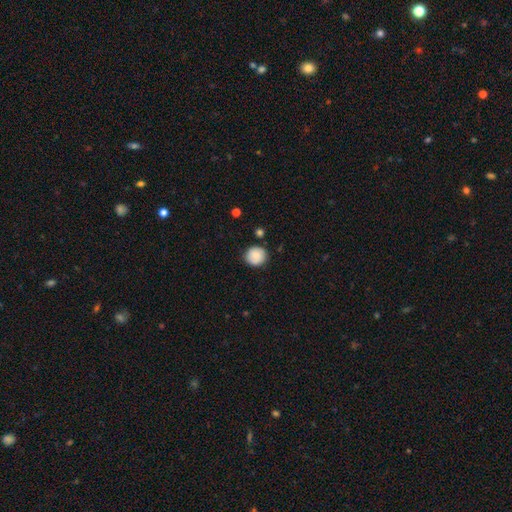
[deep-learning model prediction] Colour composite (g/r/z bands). It shows a smooth galaxy with no disk features (80%) that is round (90%). Merging: none (85%).